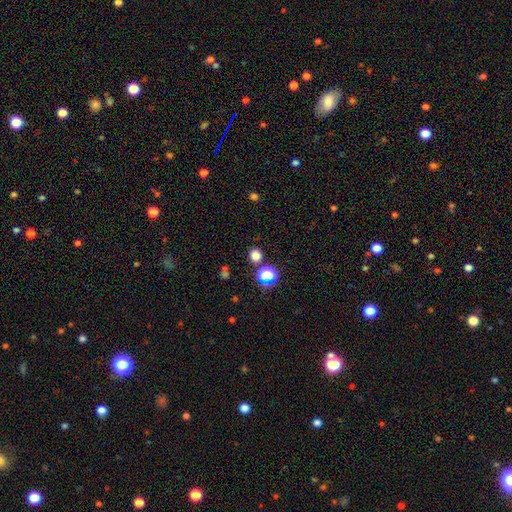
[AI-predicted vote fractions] smooth_or_featured: smooth (p=0.74) [alt: star or artifact p=0.22]
how_rounded: round (p=0.89) [alt: in between p=0.10]
merging: none (p=0.83) [alt: minor disturbance p=0.07]